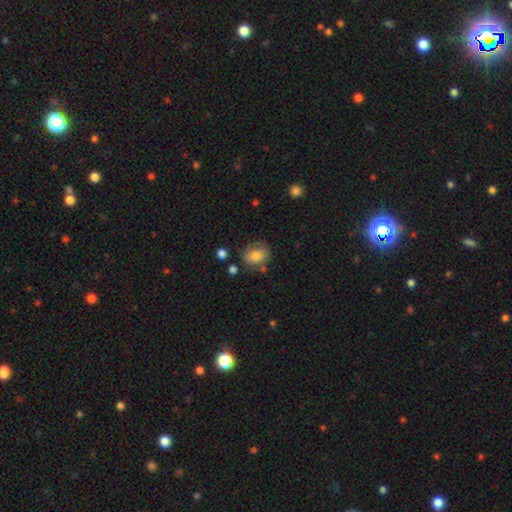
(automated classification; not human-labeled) Smooth or featured?
  - smooth: 73% *
  - featured or disk: 19%
  - star or artifact: 9%
How rounded?
  - round: 50% *
  - in between: 49%
  - cigar-shaped: 1%
Merging?
  - none: 60% *
  - minor disturbance: 25%
  - major disturbance: 9%
  - merger: 5%